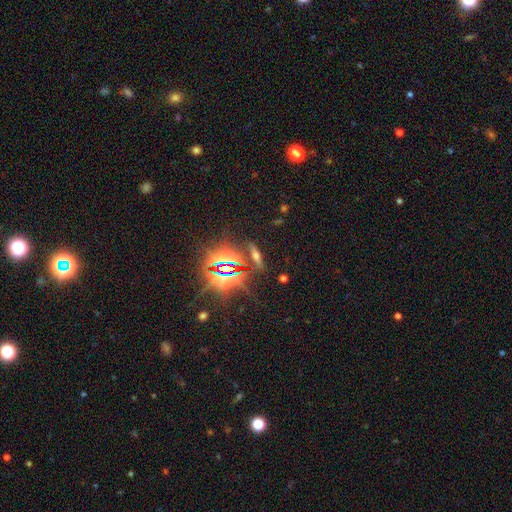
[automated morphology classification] Smooth or featured? star or artifact (41%)